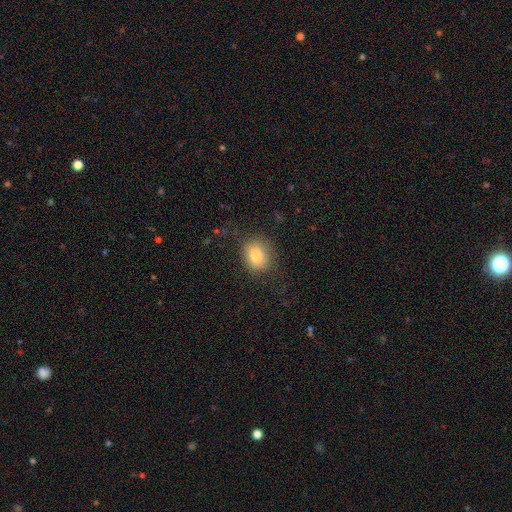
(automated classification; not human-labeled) smooth 81%, star or artifact 10%, featured or disk 9%. Down the decision tree: how rounded — round (55%); merging — none (79%).